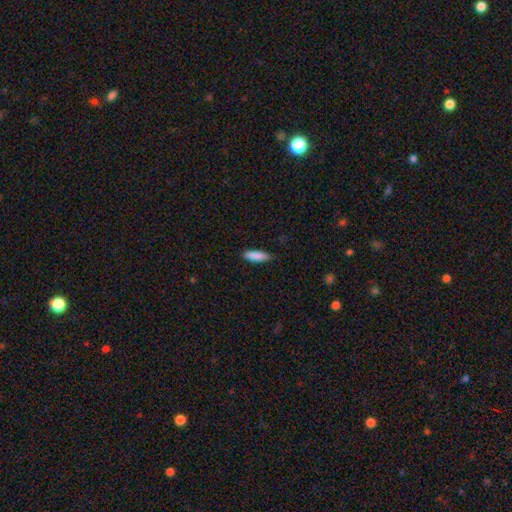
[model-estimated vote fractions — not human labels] Smooth or featured? smooth (88%)
How rounded? cigar-shaped (50%)
Merging? none (83%)